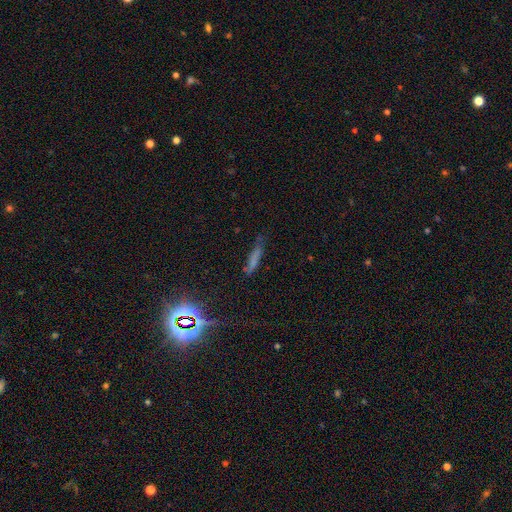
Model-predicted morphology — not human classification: The model was most divided on "smooth or featured": smooth: 46%, star or artifact: 32%, featured or disk: 22%. More confident: merging — none (67%).